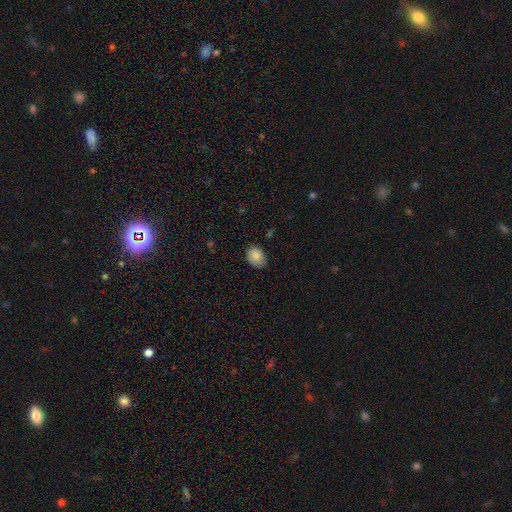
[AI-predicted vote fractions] This appears to be a smooth galaxy with no disk features (83%) that is in between round and cigar-shaped (60%). Merging: none (74%).